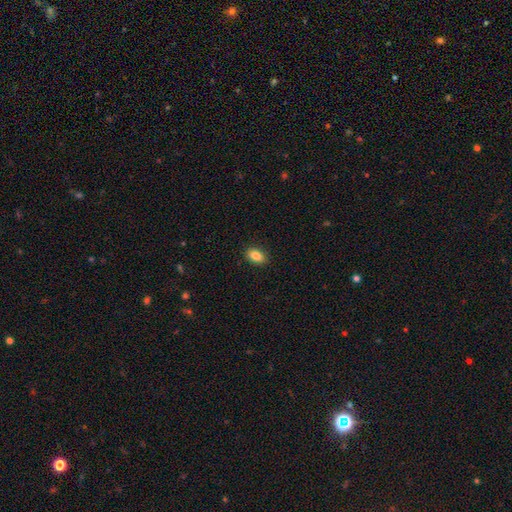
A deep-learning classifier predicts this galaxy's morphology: Overall: smooth (85%). How rounded: in between (85%). Merging: none (89%).